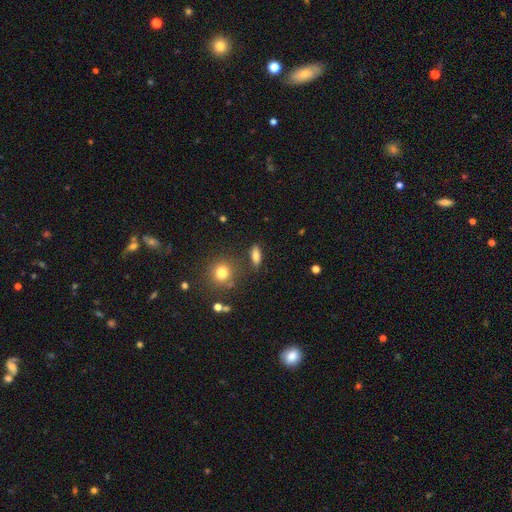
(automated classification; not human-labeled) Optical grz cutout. It shows a smooth galaxy with no disk features (77%) that is in between round and cigar-shaped (63%). Merging: none (80%).